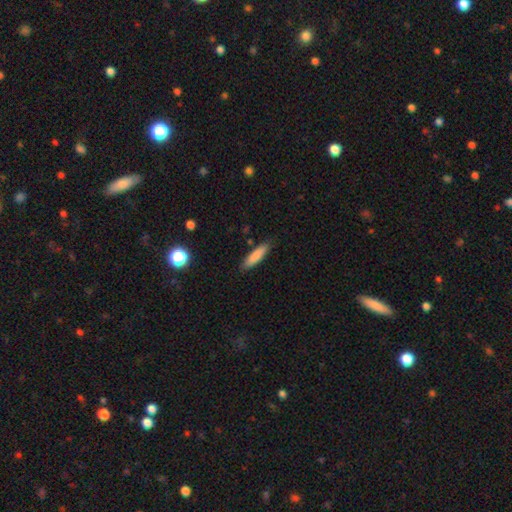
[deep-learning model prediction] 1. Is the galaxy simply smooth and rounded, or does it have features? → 84% smooth, 10% featured or disk, 6% star or artifact.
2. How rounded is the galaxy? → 73% cigar-shaped, 25% in between, 1% round.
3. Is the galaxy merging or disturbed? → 86% none, 10% minor disturbance, 2% major disturbance, 2% merger.